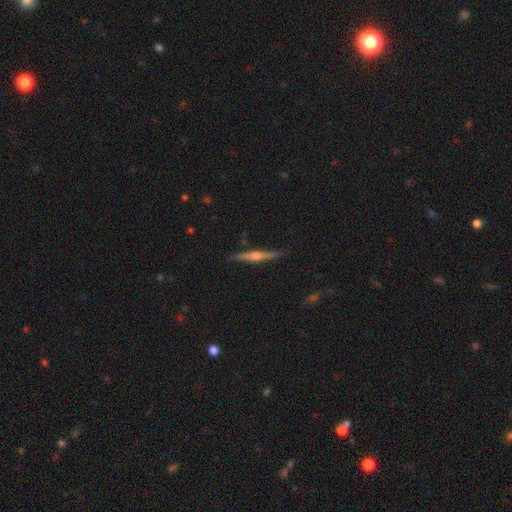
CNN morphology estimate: Overall: featured or disk (74%). Edge-on disk: yes (98%). Edge-on bulge: rounded (80%). Merging: none (89%).